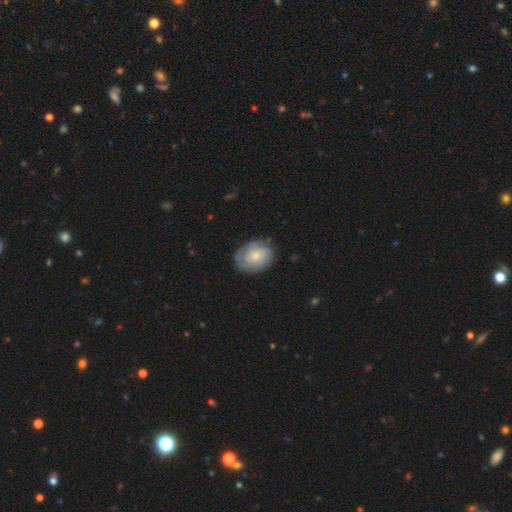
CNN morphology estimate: smooth 50%, featured or disk 43%, star or artifact 7%. Down the decision tree: how rounded — in between (58%); merging — none (73%).